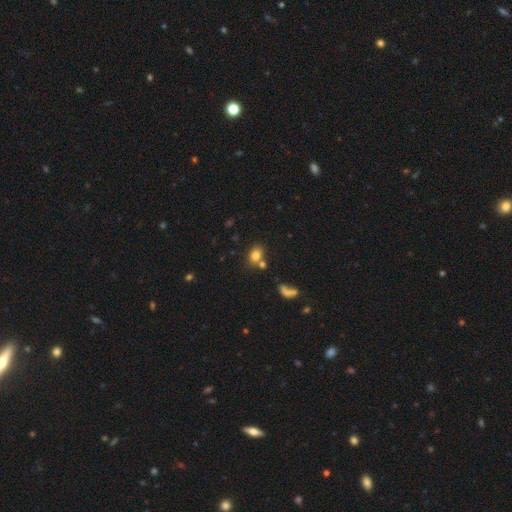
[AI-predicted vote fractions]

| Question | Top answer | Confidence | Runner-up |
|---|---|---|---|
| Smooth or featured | smooth | 79% | star or artifact (12%) |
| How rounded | in between | 59% | round (40%) |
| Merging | none | 60% | merger (22%) |